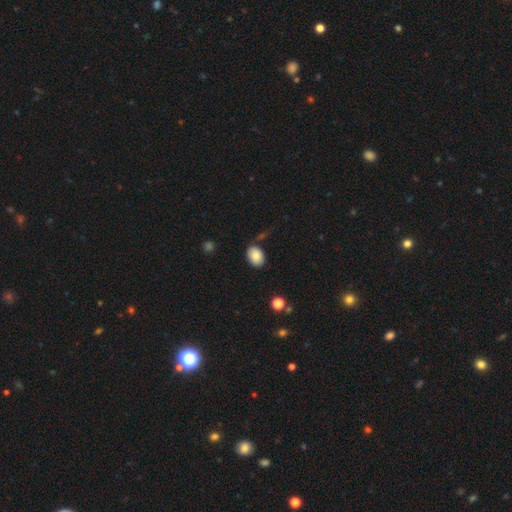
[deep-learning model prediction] Q: Smooth or featured?
A: smooth (85%); runner-up: star or artifact (8%)
Q: How rounded?
A: in between (77%); runner-up: round (22%)
Q: Merging?
A: none (79%); runner-up: minor disturbance (13%)